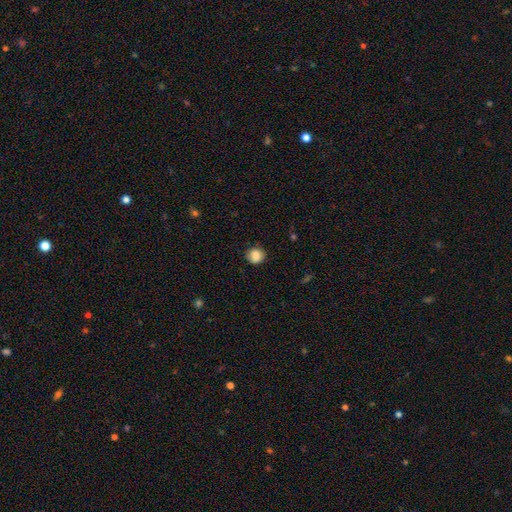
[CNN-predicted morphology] Overall: smooth (86%). How rounded: round (89%). Merging: none (87%).